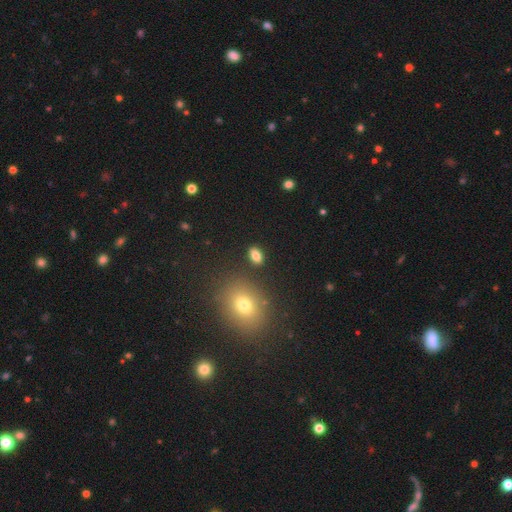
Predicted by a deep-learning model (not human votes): Smooth or featured: smooth — 81% (star or artifact — 11%)
How rounded: in between — 85% (round — 12%)
Merging: none — 84% (minor disturbance — 9%)